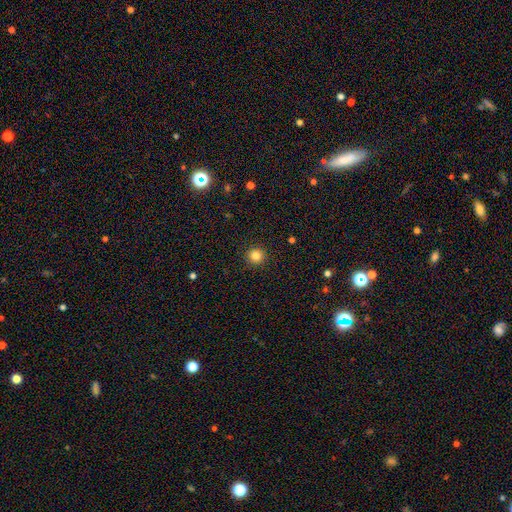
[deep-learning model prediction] A smooth galaxy with no disk features (84%) that is round (94%).

Vote fractions:
- Smooth or featured? smooth: 84% / star or artifact: 12% / featured or disk: 5%
- How rounded? round: 94% / in between: 5% / cigar-shaped: 1%
- Merging? none: 93% / minor disturbance: 5% / major disturbance: 2% / merger: 1%